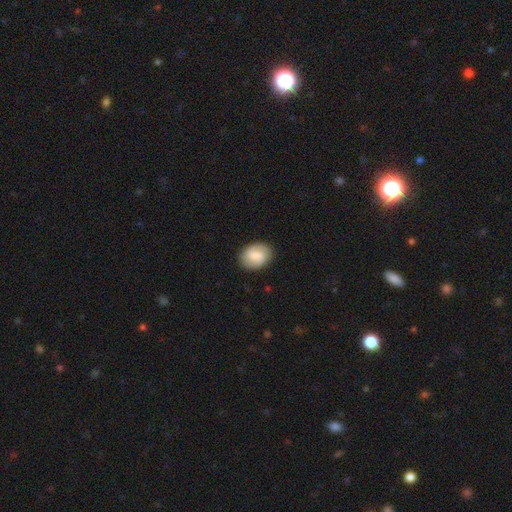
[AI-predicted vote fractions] This is likely a smooth galaxy (64%). How rounded: likely in between (69%). Merging: clearly none (86%).